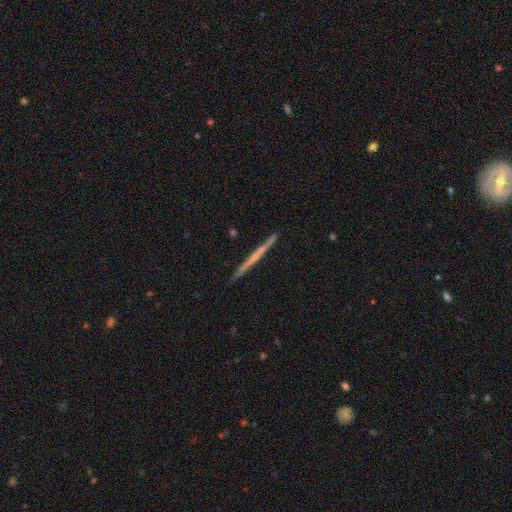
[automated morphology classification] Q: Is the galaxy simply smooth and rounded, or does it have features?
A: featured or disk — 67%.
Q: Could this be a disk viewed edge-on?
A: yes — 98%.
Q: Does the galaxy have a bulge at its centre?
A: none — 66%.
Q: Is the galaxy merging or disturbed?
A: none — 91%.